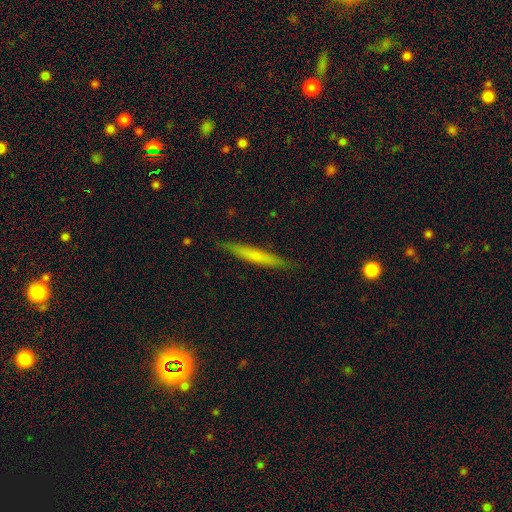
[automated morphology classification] Q: Smooth or featured?
A: smooth (58%); runner-up: featured or disk (36%)
Q: How rounded?
A: cigar-shaped (95%); runner-up: in between (4%)
Q: Merging?
A: none (88%); runner-up: minor disturbance (9%)